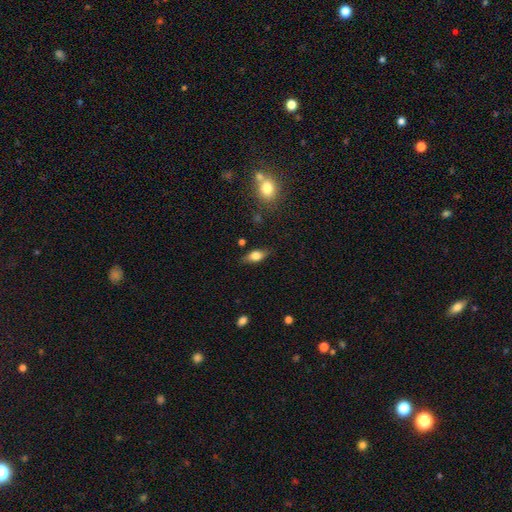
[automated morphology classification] smooth 69%, featured or disk 22%, star or artifact 8%. Down the decision tree: how rounded — in between (80%); merging — none (80%).